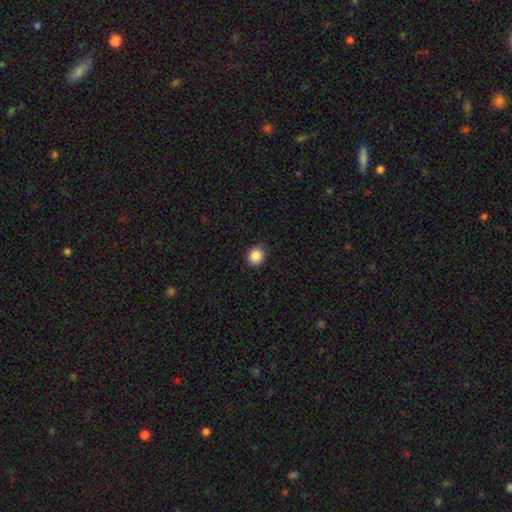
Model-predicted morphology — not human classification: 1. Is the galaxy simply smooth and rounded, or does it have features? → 88% smooth, 9% star or artifact, 3% featured or disk.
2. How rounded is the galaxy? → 84% round, 15% in between, 1% cigar-shaped.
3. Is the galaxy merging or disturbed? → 90% none, 8% minor disturbance, 2% major disturbance, 1% merger.